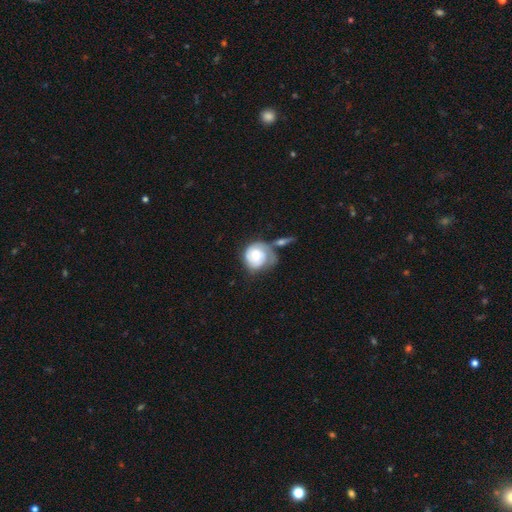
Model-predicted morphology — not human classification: smooth-or-featured: featured or disk: 53% | smooth: 41% | star or artifact: 6%
  disk-edge-on: no: 97% | yes: 3%
    bar: no: 78% | weak: 18% | strong: 4%
    has-spiral-arms: yes: 74% | no: 26%
    bulge-size: moderate: 60% | small: 28% | large: 9% | none: 2% | dominant: 2%
  merging: none: 35% | merger: 26% | minor disturbance: 21% | major disturbance: 18%